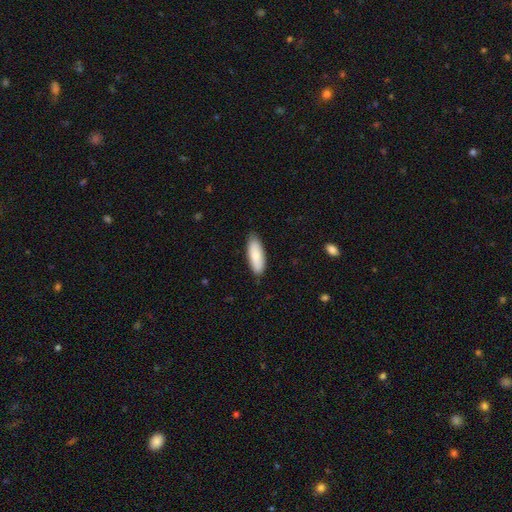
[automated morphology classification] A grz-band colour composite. It shows a smooth galaxy with no disk features (83%) that is in between round and cigar-shaped (65%). Merging: none (84%).